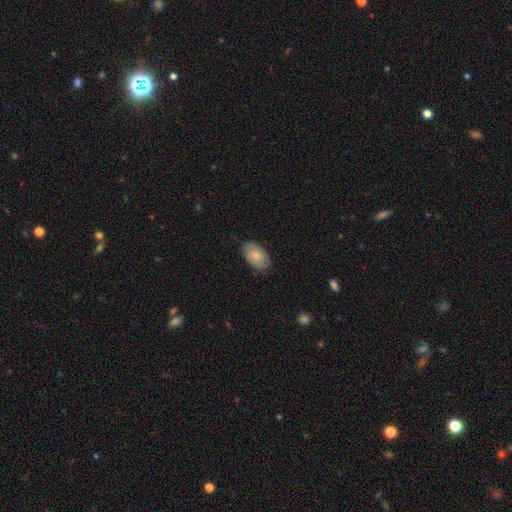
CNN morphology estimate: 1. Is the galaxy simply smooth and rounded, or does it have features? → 63% smooth, 31% featured or disk, 6% star or artifact.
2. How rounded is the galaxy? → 92% in between, 6% round, 2% cigar-shaped.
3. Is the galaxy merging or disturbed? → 79% none, 17% minor disturbance, 3% major disturbance, 1% merger.